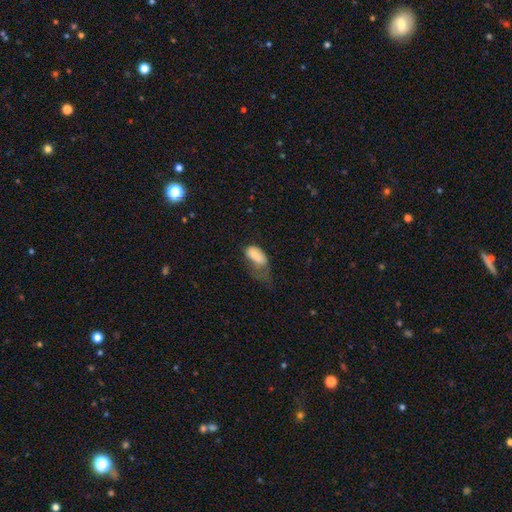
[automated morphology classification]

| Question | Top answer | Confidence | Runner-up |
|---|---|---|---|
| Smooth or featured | smooth | 78% | featured or disk (14%) |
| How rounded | in between | 90% | cigar-shaped (6%) |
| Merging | major disturbance | 55% | minor disturbance (26%) |